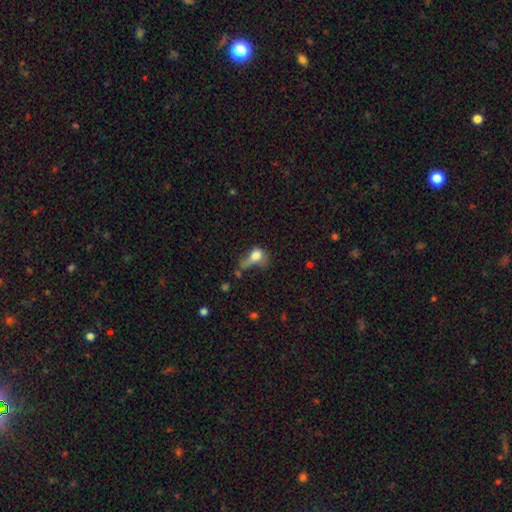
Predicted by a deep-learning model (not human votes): smooth 68%, featured or disk 20%, star or artifact 12%. Down the decision tree: how rounded — in between (69%); merging — major disturbance (48%).